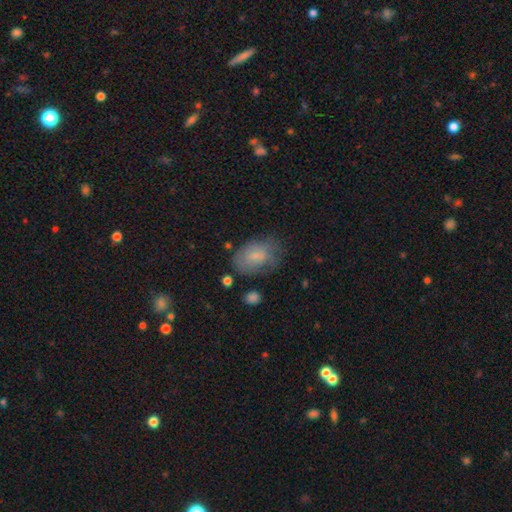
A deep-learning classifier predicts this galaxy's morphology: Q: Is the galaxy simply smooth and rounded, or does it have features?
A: smooth — 73%.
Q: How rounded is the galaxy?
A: in between — 83%.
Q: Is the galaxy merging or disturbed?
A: none — 53%.